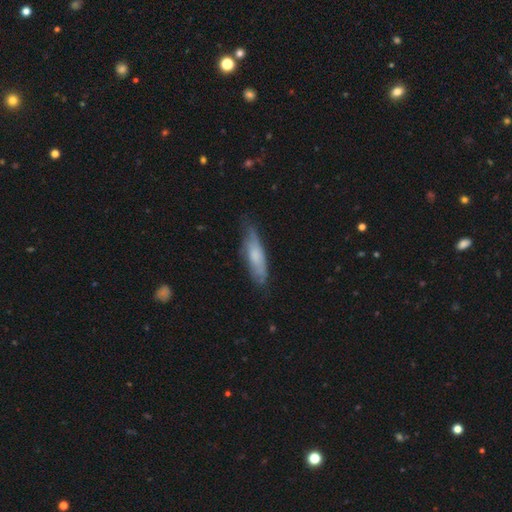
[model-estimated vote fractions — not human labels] smooth 62%, featured or disk 31%, star or artifact 7%. Down the decision tree: how rounded — cigar-shaped (59%); merging — none (62%).